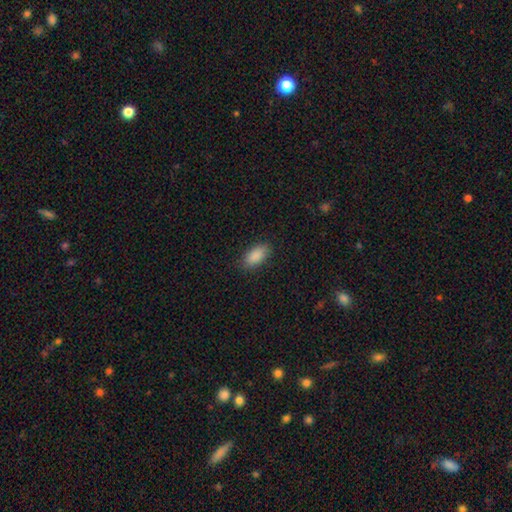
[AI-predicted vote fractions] Smooth or featured?
  - smooth: 90% *
  - star or artifact: 7%
  - featured or disk: 4%
How rounded?
  - in between: 92% *
  - cigar-shaped: 6%
  - round: 3%
Merging?
  - none: 87% *
  - minor disturbance: 9%
  - major disturbance: 2%
  - merger: 1%